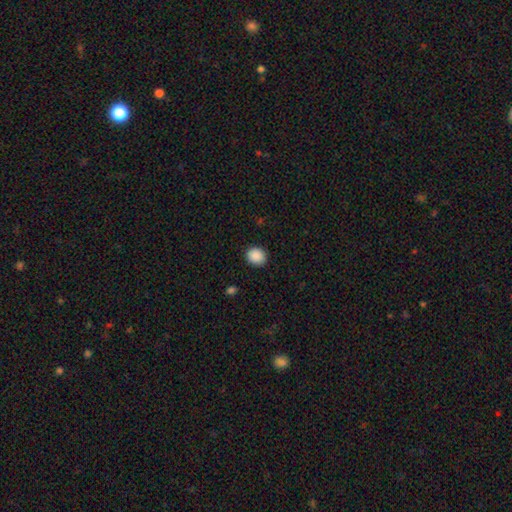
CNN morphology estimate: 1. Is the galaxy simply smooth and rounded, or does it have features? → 90% smooth, 8% star or artifact, 2% featured or disk.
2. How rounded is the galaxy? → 70% round, 29% in between, 1% cigar-shaped.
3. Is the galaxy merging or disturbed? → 90% none, 7% minor disturbance, 2% major disturbance, 1% merger.